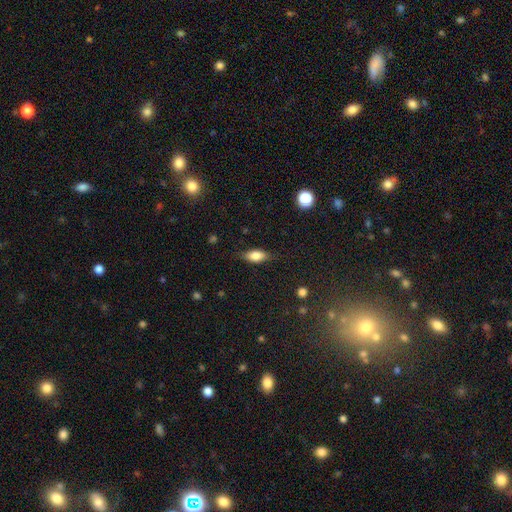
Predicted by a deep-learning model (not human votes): smooth 72%, featured or disk 20%, star or artifact 8%. Down the decision tree: how rounded — in between (79%); merging — none (79%).